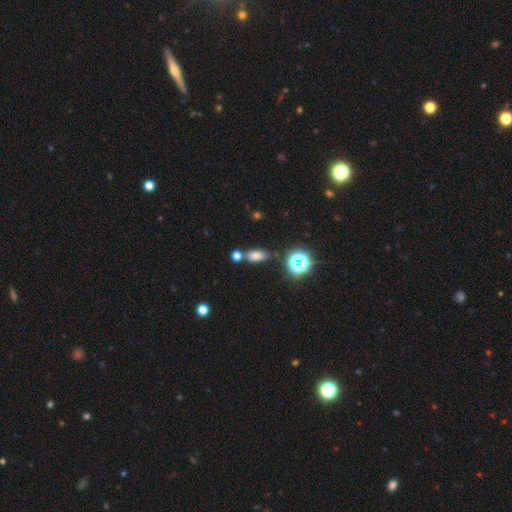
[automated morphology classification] The model was most divided on "smooth or featured": smooth: 72%, star or artifact: 19%, featured or disk: 8%. More confident: how rounded — in between (79%); merging — none (69%).